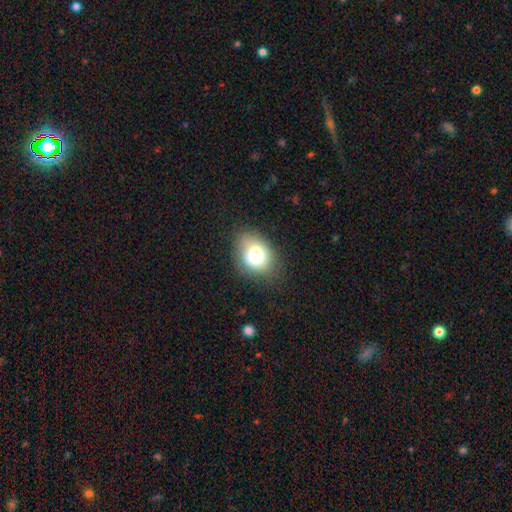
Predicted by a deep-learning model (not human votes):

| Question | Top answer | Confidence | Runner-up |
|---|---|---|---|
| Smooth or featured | smooth | 73% | featured or disk (16%) |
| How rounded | in between | 60% | round (39%) |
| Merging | none | 56% | minor disturbance (21%) |